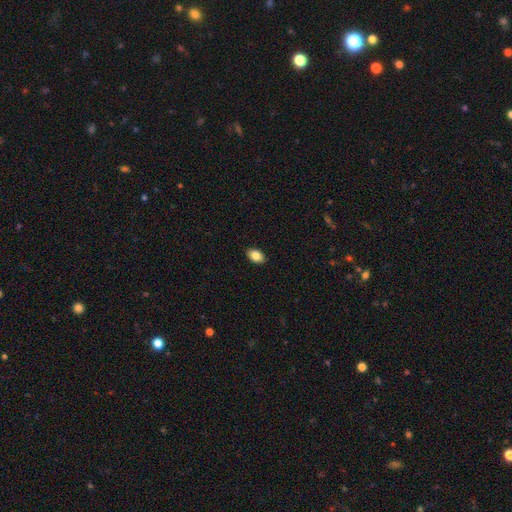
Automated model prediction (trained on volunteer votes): A smooth galaxy with no disk features (85%) that is in between round and cigar-shaped (86%). Merging: none (90%).